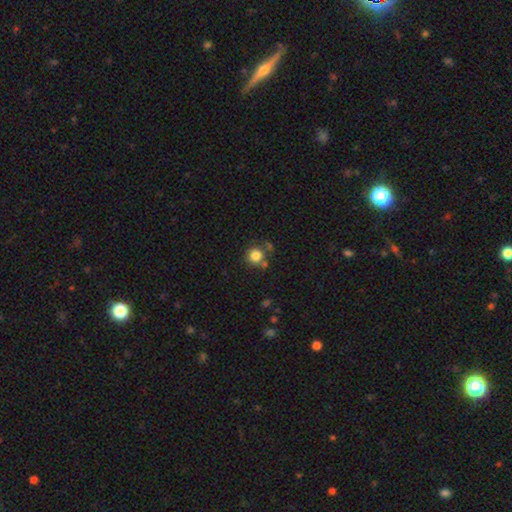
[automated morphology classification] The model was most divided on "merging": none: 72%, merger: 13%, minor disturbance: 11%, major disturbance: 4%. More confident: how rounded — round (93%); smooth or featured — smooth (82%).